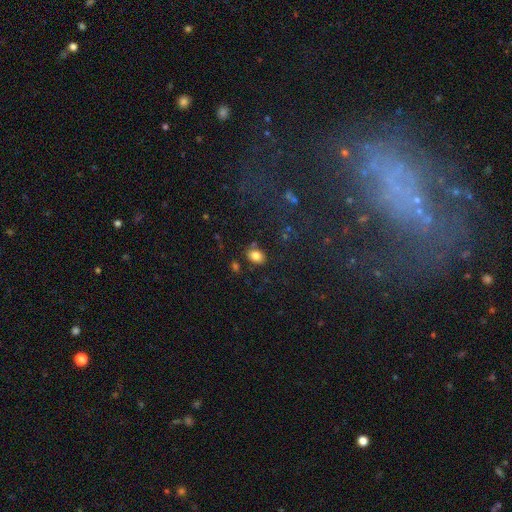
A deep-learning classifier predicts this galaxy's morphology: Overall: smooth (82%). How rounded: in between (75%). Merging: none (81%).